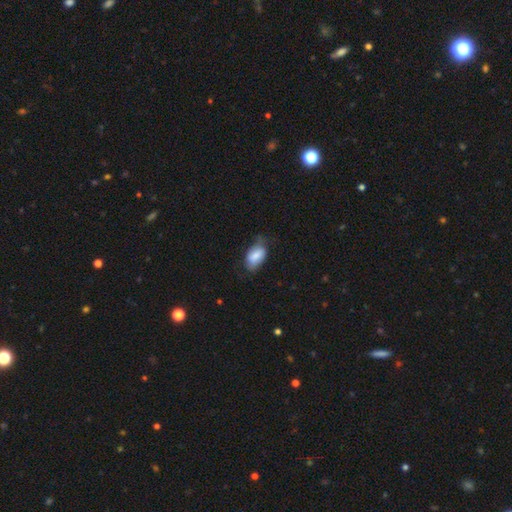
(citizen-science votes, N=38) Volunteers were most divided on "merging": minor disturbance: 44%, none: 41%, major disturbance: 15%, merger: 0%. More confident: how rounded — in between (100%); smooth or featured — smooth (71%).